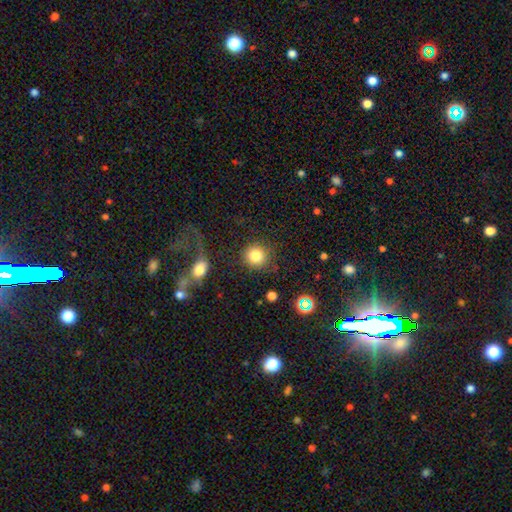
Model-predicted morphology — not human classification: type=smooth (83%); roundness=round (91%); merging=none (80%).